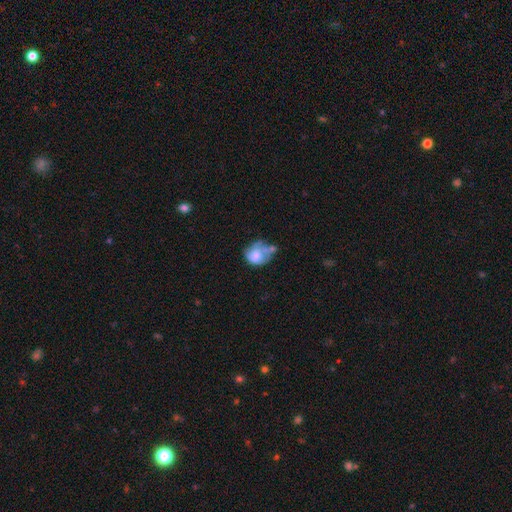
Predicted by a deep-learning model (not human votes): Q: Smooth or featured?
A: smooth (61%); runner-up: featured or disk (30%)
Q: How rounded?
A: round (57%); runner-up: in between (42%)
Q: Merging?
A: none (28%); runner-up: minor disturbance (26%)